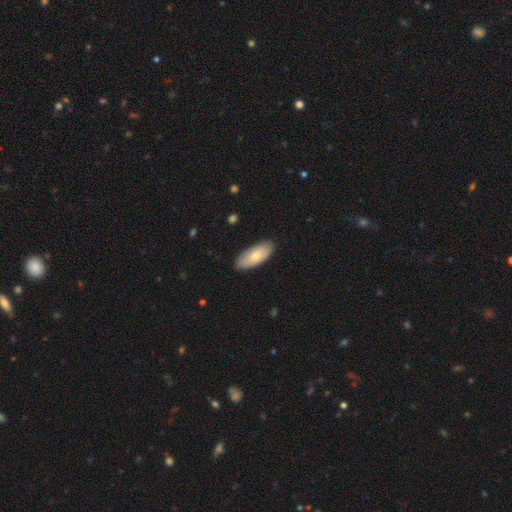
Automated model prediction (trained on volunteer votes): smooth_or_featured: smooth (p=0.74) [alt: featured or disk p=0.21]
how_rounded: in between (p=0.85) [alt: cigar-shaped p=0.12]
merging: none (p=0.87) [alt: minor disturbance p=0.10]